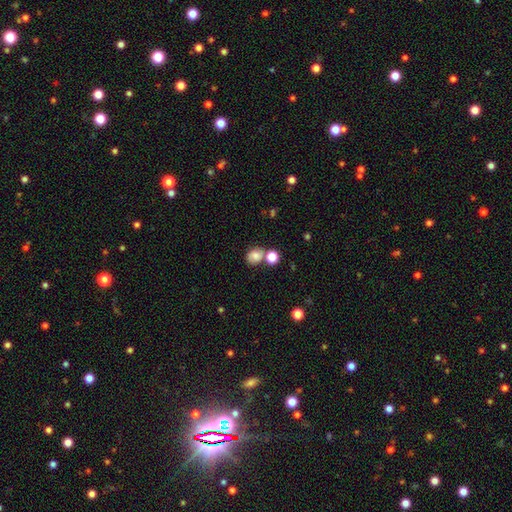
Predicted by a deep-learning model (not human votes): Smooth or featured? Predicted: smooth (p=0.77). How rounded? Predicted: round (p=0.61). Merging? Predicted: none (p=0.58).